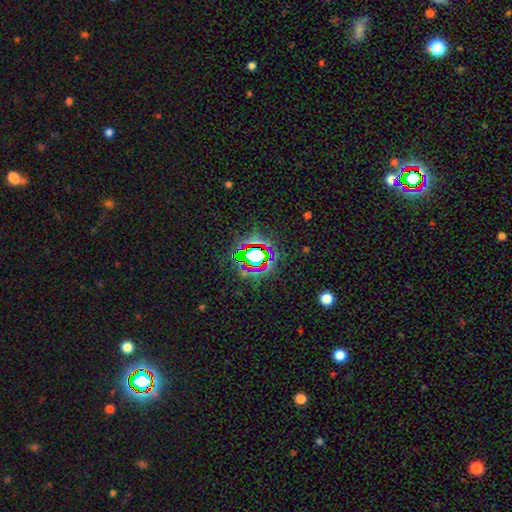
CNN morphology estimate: A star or artifact, not a galaxy (73%).

Vote fractions:
- Smooth or featured? star or artifact: 73% / smooth: 16% / featured or disk: 11%